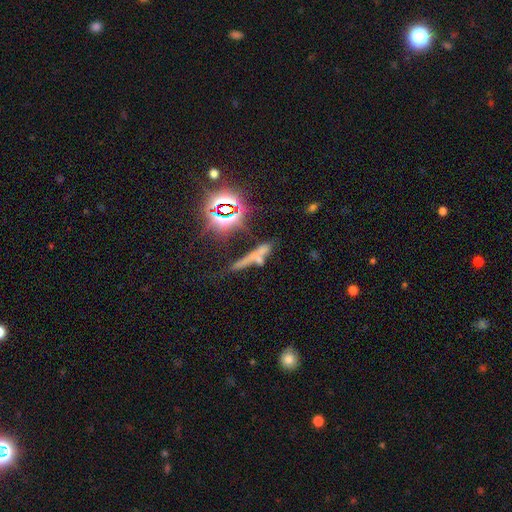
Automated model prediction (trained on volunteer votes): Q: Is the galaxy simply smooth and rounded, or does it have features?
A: smooth — 39%.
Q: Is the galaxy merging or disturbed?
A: none — 46%.